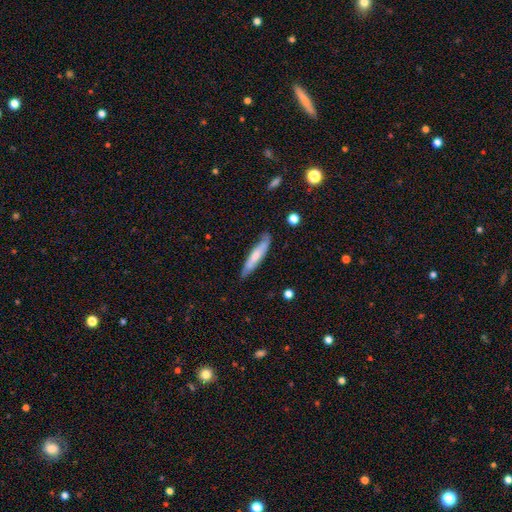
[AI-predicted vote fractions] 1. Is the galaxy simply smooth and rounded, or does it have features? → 58% smooth, 37% featured or disk, 6% star or artifact.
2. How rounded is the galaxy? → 86% cigar-shaped, 12% in between, 1% round.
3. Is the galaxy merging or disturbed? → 78% none, 17% minor disturbance, 3% major disturbance, 2% merger.